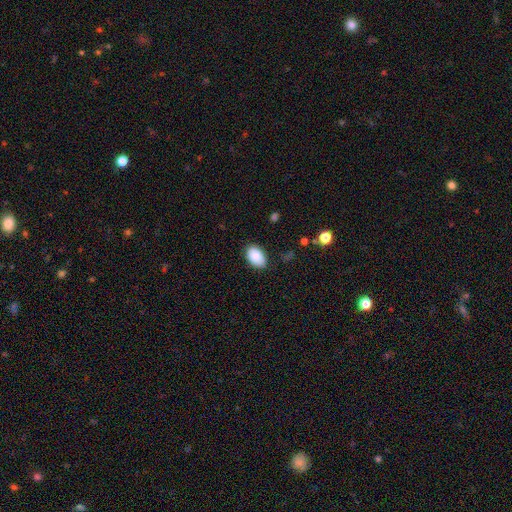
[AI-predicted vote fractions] Overall: smooth (88%). How rounded: in between (91%). Merging: none (85%).